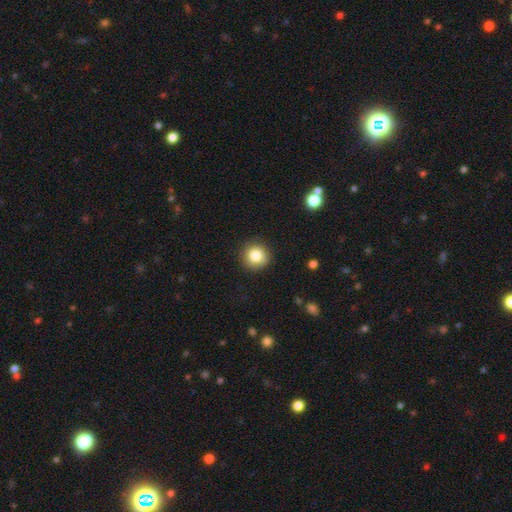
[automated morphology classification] This is clearly a smooth galaxy (84%). How rounded: clearly round (93%). Merging: clearly none (89%).